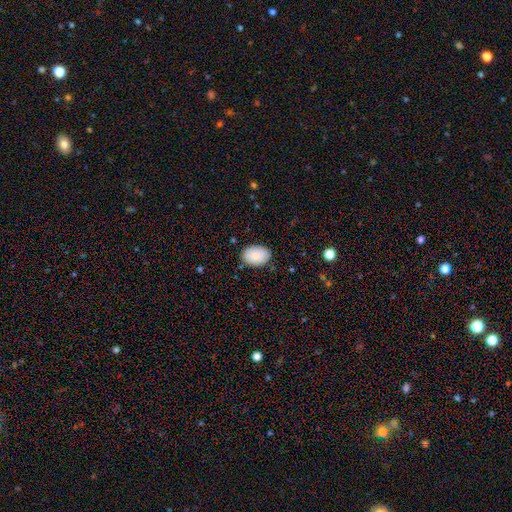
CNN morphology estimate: The model was most divided on "how rounded": in between: 84%, round: 15%, cigar-shaped: 1%. More confident: smooth or featured — smooth (88%); merging — none (86%).